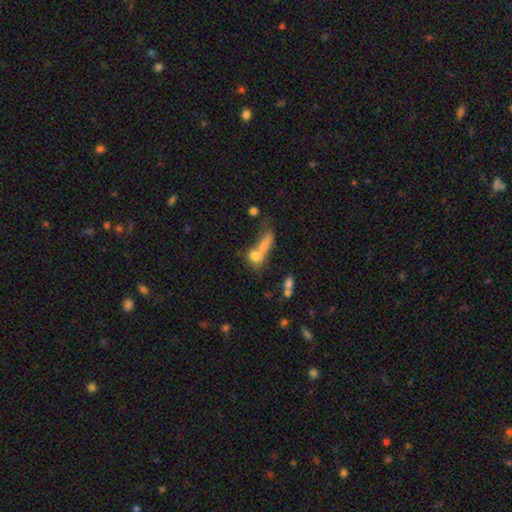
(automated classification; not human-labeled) Smooth or featured? smooth (70%)
How rounded? in between (49%)
Merging? merger (62%)